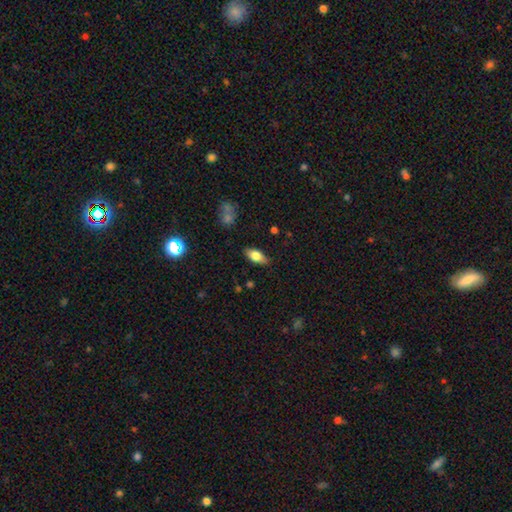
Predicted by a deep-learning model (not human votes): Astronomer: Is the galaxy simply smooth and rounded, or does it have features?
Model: smooth — 71%.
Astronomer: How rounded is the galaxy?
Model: in between — 85%.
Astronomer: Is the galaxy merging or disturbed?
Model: none — 83%.